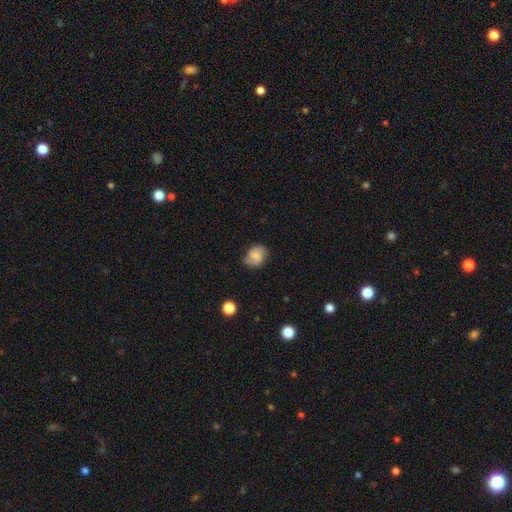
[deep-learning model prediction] The model was most divided on "how rounded": round: 52%, in between: 46%, cigar-shaped: 1%. More confident: merging — none (68%); smooth or featured — smooth (66%).